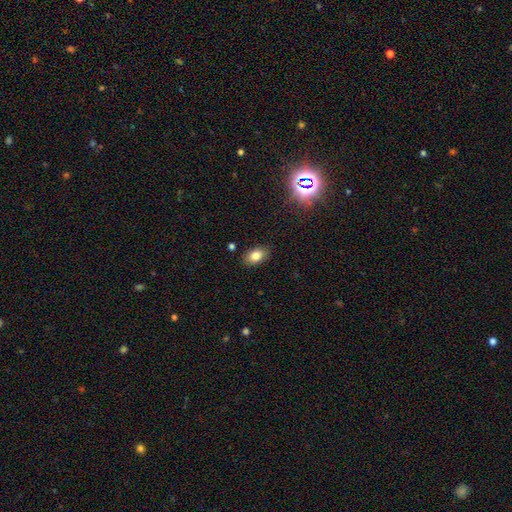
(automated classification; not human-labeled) smooth 81%, star or artifact 10%, featured or disk 9%. Down the decision tree: how rounded — in between (87%); merging — none (87%).